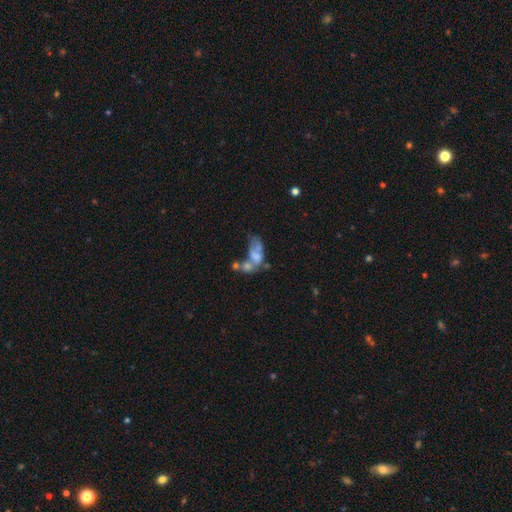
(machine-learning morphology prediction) Smooth or featured?
  - smooth: 48% *
  - featured or disk: 40%
  - star or artifact: 12%
Merging?
  - merger: 56% *
  - major disturbance: 21%
  - none: 13%
  - minor disturbance: 10%